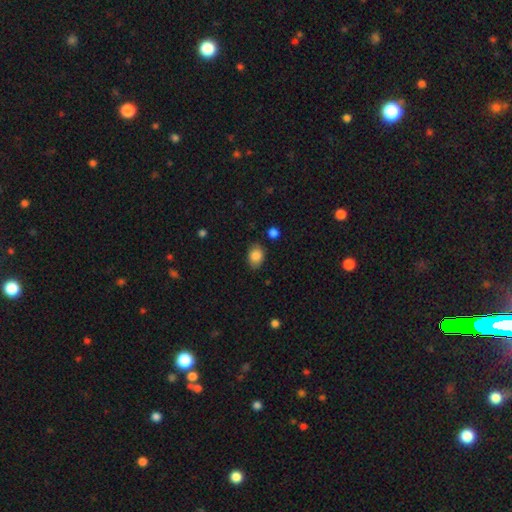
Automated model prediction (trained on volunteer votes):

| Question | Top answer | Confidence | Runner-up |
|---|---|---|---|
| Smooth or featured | smooth | 86% | star or artifact (8%) |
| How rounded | in between | 75% | round (24%) |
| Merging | none | 81% | minor disturbance (13%) |